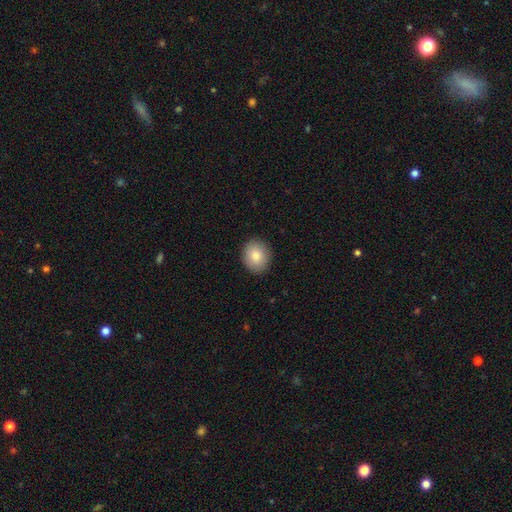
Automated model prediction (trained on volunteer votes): Morphology: type=smooth (85%); roundness=round (68%); merging=none (90%).